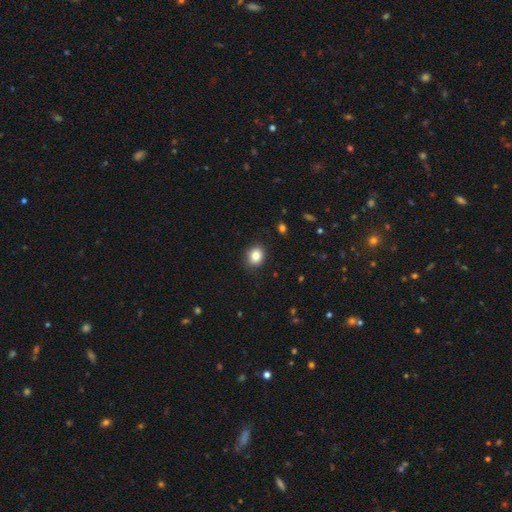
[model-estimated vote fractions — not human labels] This is clearly a smooth galaxy (82%). How rounded: likely round (63%). Merging: clearly none (88%).